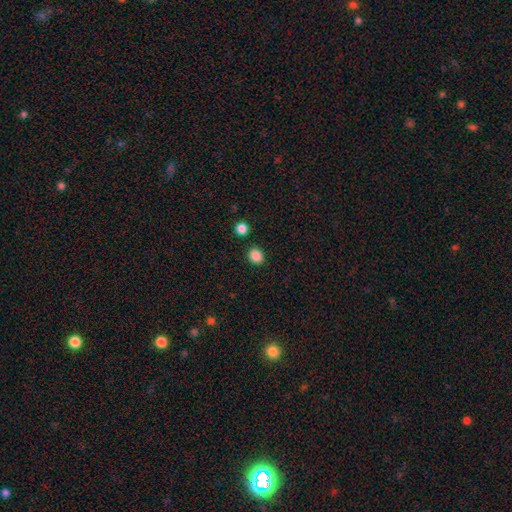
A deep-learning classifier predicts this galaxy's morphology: Smooth or featured?
  - smooth: 86% *
  - star or artifact: 11%
  - featured or disk: 3%
How rounded?
  - round: 74% *
  - in between: 25%
  - cigar-shaped: 1%
Merging?
  - none: 87% *
  - minor disturbance: 7%
  - merger: 3%
  - major disturbance: 2%